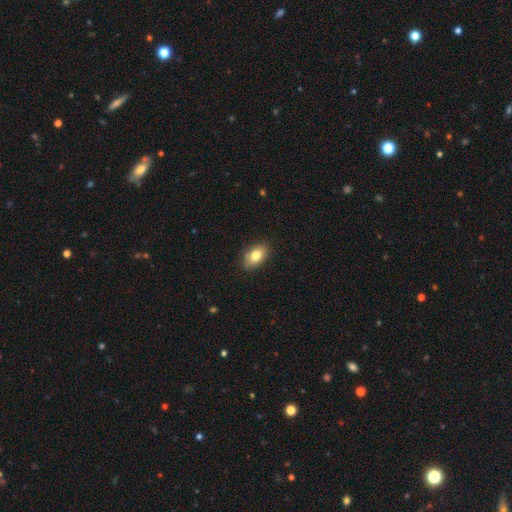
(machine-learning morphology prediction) A smooth galaxy with no disk features (79%) that is in between round and cigar-shaped (88%). Merging: none (82%).